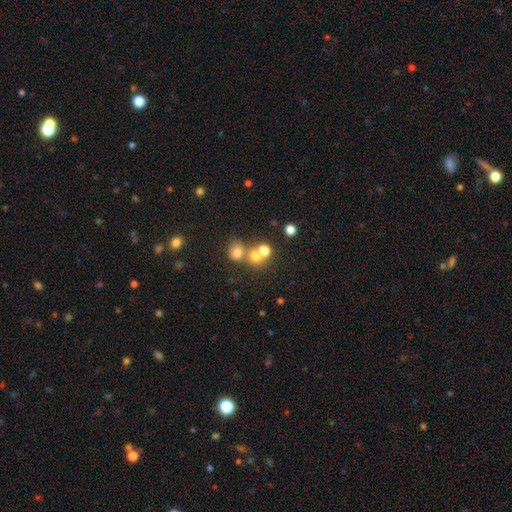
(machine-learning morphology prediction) This appears to be a smooth galaxy with no disk features (66%) that is round (78%). Merging: merger (45%).